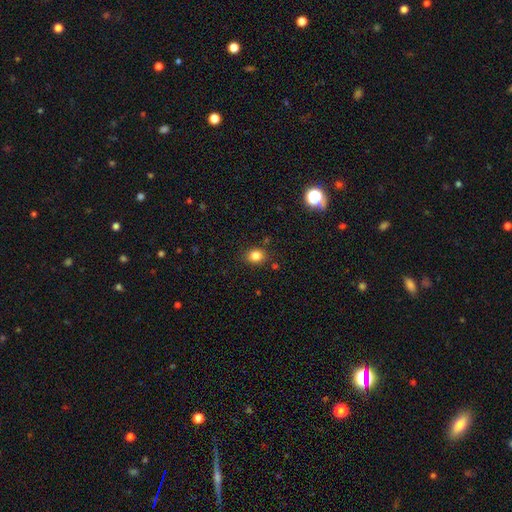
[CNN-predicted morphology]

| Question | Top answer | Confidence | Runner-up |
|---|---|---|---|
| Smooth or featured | smooth | 83% | star or artifact (12%) |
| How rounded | round | 61% | in between (38%) |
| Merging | none | 85% | minor disturbance (10%) |